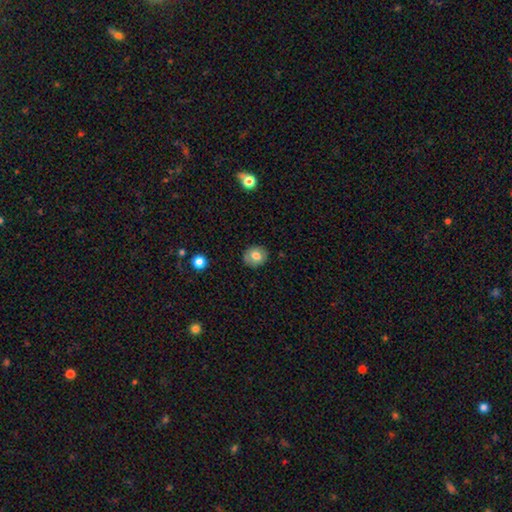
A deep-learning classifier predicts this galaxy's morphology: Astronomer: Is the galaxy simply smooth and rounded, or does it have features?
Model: smooth — 76%.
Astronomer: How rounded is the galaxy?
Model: round — 73%.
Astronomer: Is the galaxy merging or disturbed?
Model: none — 86%.